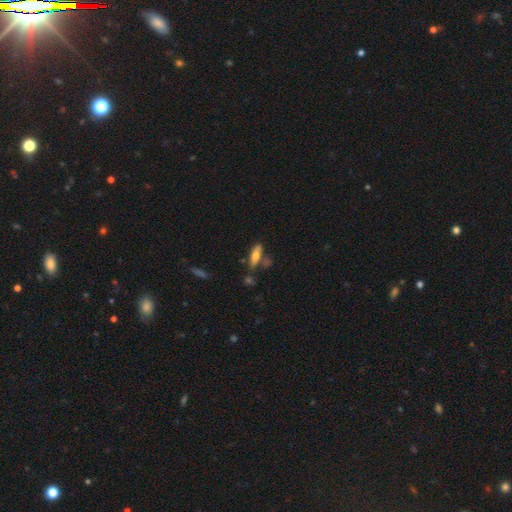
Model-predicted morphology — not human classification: A smooth galaxy with no disk features (61%) that is in between round and cigar-shaped (51%).

Vote fractions:
- Smooth or featured? smooth: 61% / featured or disk: 32% / star or artifact: 8%
- How rounded? in between: 51% / cigar-shaped: 46% / round: 3%
- Merging? none: 66% / minor disturbance: 17% / merger: 12% / major disturbance: 5%